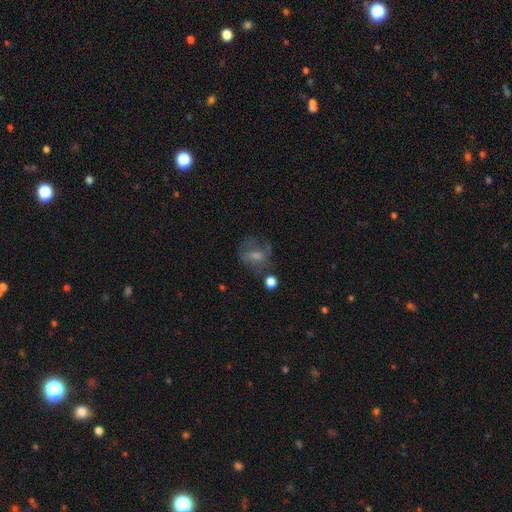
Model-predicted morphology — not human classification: smooth-or-featured: featured or disk: 44% | smooth: 35% | star or artifact: 21%
  merging: none: 53% | major disturbance: 21% | minor disturbance: 20% | merger: 6%